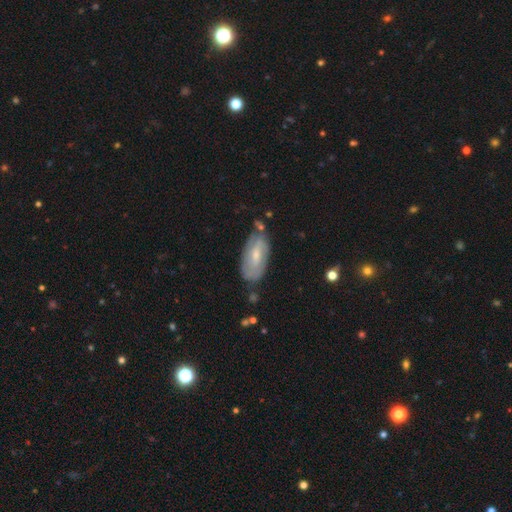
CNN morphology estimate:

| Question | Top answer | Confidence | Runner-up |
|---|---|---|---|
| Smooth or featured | featured or disk | 53% | smooth (40%) |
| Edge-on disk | no | 89% | yes (11%) |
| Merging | none | 66% | minor disturbance (24%) |